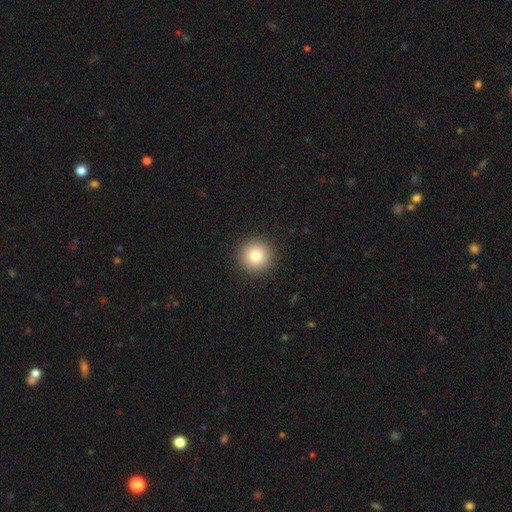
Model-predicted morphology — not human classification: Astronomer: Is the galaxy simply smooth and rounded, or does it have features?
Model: smooth — 81%.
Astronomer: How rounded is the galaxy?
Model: round — 96%.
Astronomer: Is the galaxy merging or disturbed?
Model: none — 92%.